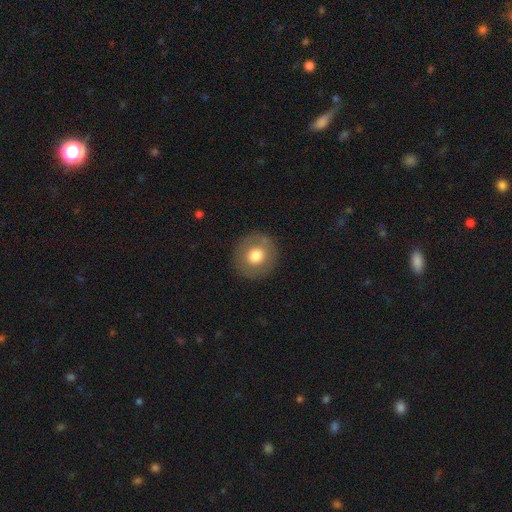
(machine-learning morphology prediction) A smooth galaxy with no disk features (70%) that is round (92%). Merging: none (88%).